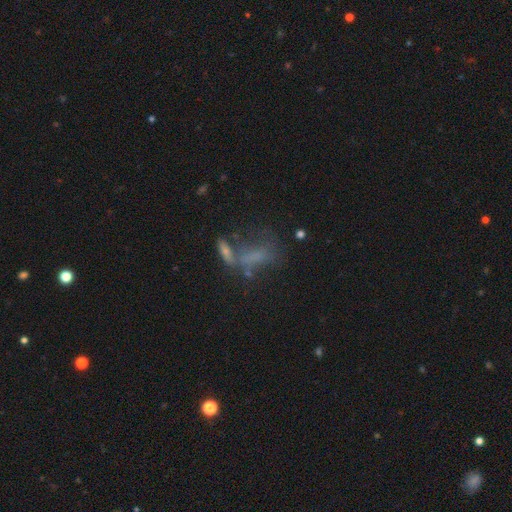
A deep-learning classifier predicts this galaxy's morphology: smooth-or-featured: smooth: 51% | featured or disk: 29% | star or artifact: 20%
  how-rounded: in between: 64% | cigar-shaped: 27% | round: 9%
  merging: merger: 35% | none: 27% | major disturbance: 24% | minor disturbance: 14%